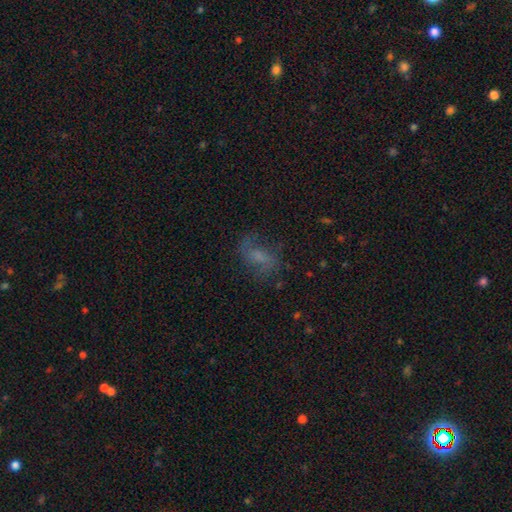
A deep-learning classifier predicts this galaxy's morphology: Q: Smooth or featured?
A: featured or disk (44%); runner-up: smooth (34%)
Q: Merging?
A: none (68%); runner-up: minor disturbance (18%)